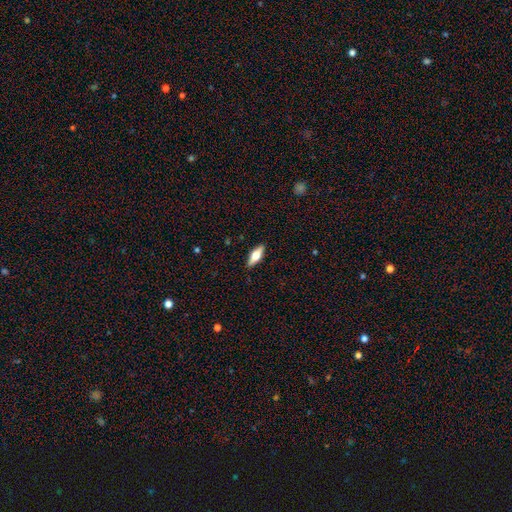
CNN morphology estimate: The model was most divided on "smooth or featured": smooth: 51%, featured or disk: 44%, star or artifact: 6%. More confident: merging — none (89%); how rounded — in between (59%).